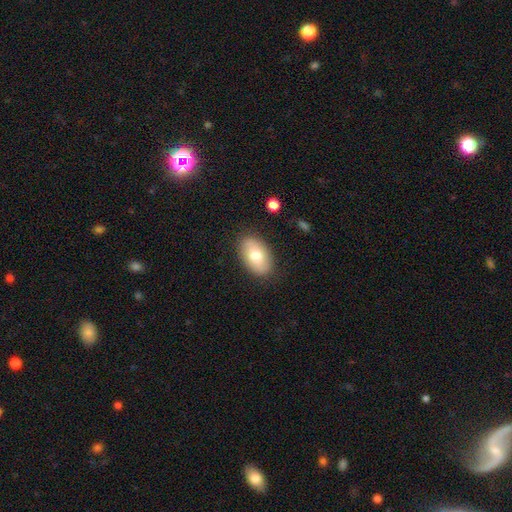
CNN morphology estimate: Smooth or featured? Predicted: smooth (p=0.74). How rounded? Predicted: in between (p=0.92). Merging? Predicted: none (p=0.84).